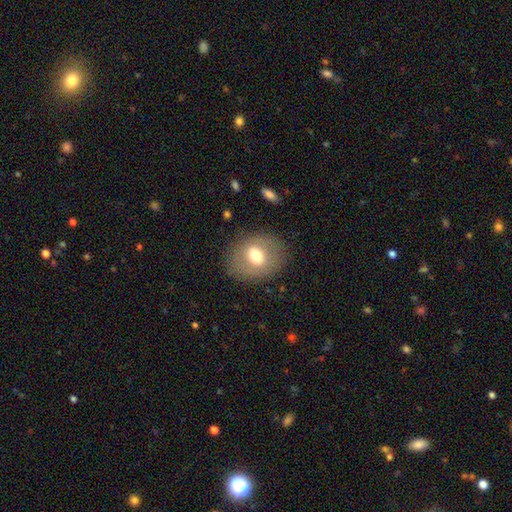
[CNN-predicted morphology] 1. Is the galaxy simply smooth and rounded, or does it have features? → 62% smooth, 29% featured or disk, 9% star or artifact.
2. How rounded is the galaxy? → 53% in between, 46% round, 1% cigar-shaped.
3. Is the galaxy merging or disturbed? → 81% none, 12% minor disturbance, 6% major disturbance, 1% merger.